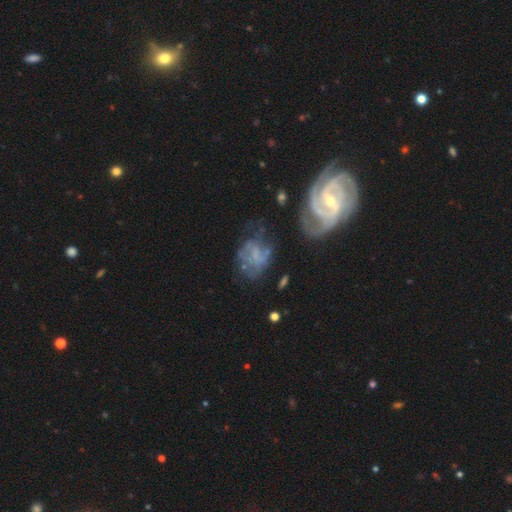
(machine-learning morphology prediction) Overall: featured or disk (62%; smooth 26%). Edge-on disk: no (97%). Bar: no (61%; weak 29%). Spiral arms: yes (63%; no 37%). Bulge size: none (57%; small 24%). Merging: none (38%; major disturbance 29%).